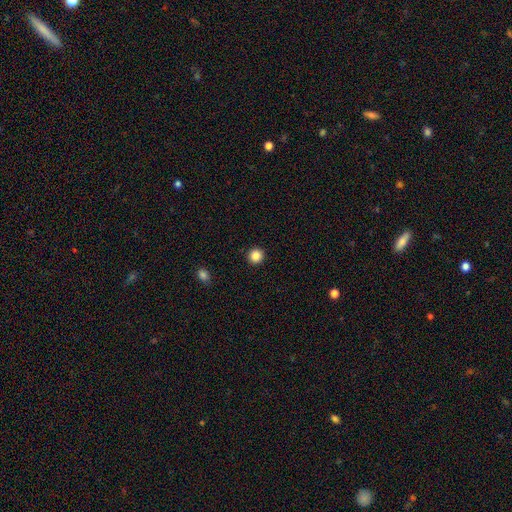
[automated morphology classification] Smooth or featured? smooth (86%)
How rounded? round (94%)
Merging? none (93%)